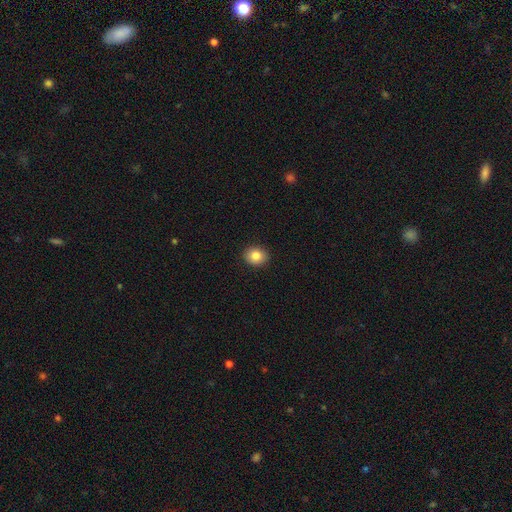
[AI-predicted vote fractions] This is clearly a smooth galaxy (83%). How rounded: likely round (66%). Merging: clearly none (92%).